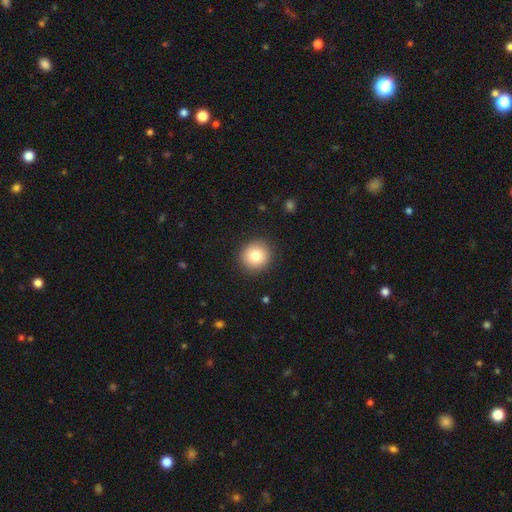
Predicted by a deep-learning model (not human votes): smooth-or-featured: smooth: 81% | star or artifact: 10% | featured or disk: 9%
  how-rounded: round: 92% | in between: 7% | cigar-shaped: 1%
  merging: none: 91% | minor disturbance: 6% | major disturbance: 2% | merger: 1%